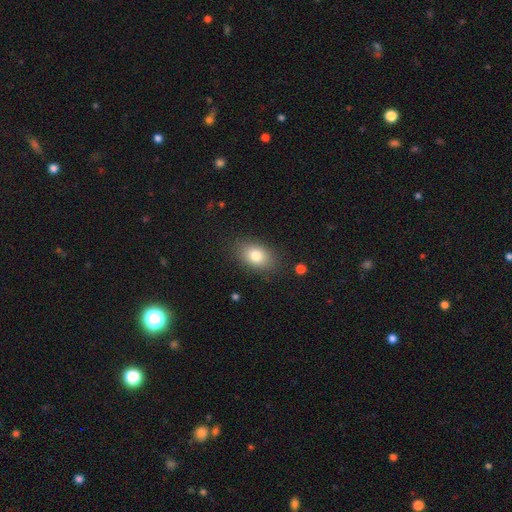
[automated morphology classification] type=smooth (80%); roundness=in between (81%); merging=none (85%).